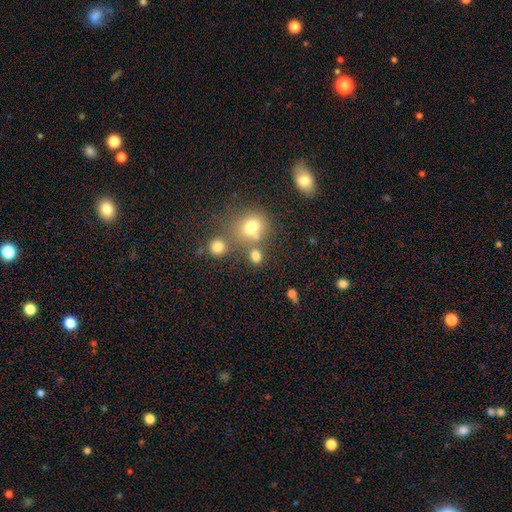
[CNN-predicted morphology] Overall: smooth (74%). How rounded: round (67%; in between 31%). Merging: none (62%; merger 22%).